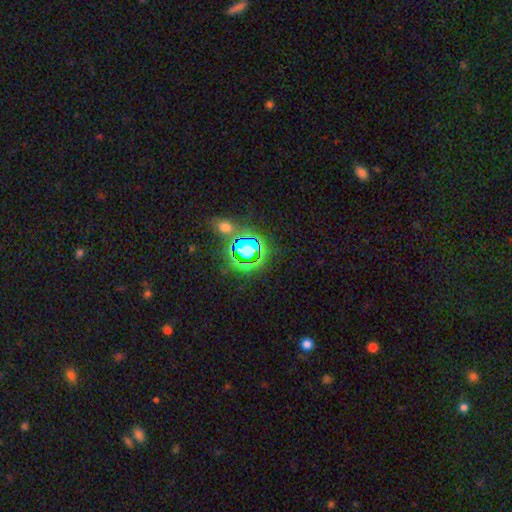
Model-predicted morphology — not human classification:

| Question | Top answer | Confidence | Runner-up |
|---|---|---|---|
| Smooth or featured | star or artifact | 74% | smooth (17%) |